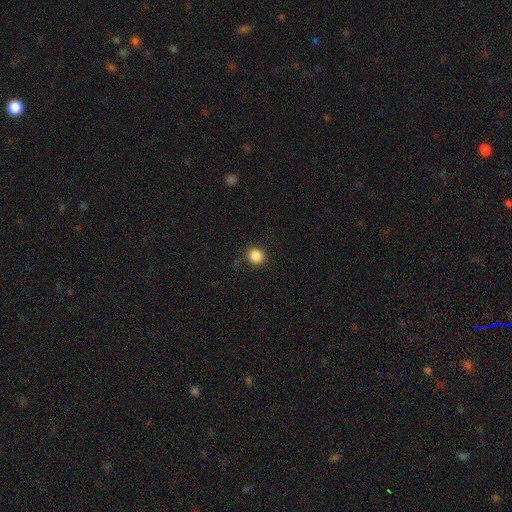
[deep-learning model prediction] smooth-or-featured: smooth: 87% | star or artifact: 10% | featured or disk: 3%
  how-rounded: round: 83% | in between: 16% | cigar-shaped: 1%
  merging: none: 89% | minor disturbance: 7% | major disturbance: 2% | merger: 1%